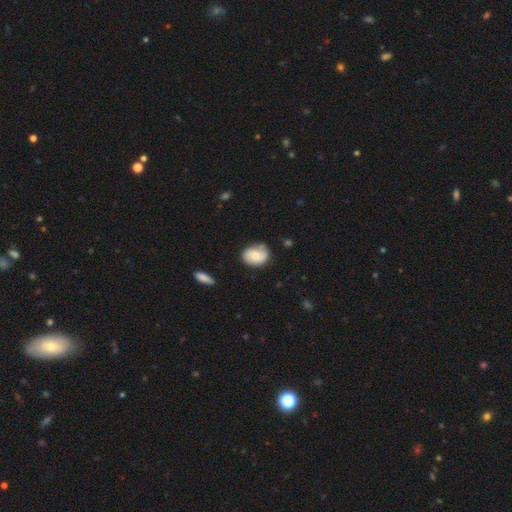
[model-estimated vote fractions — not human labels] Smooth or featured: smooth — 70% (featured or disk — 22%)
How rounded: in between — 60% (round — 39%)
Merging: none — 65% (minor disturbance — 25%)